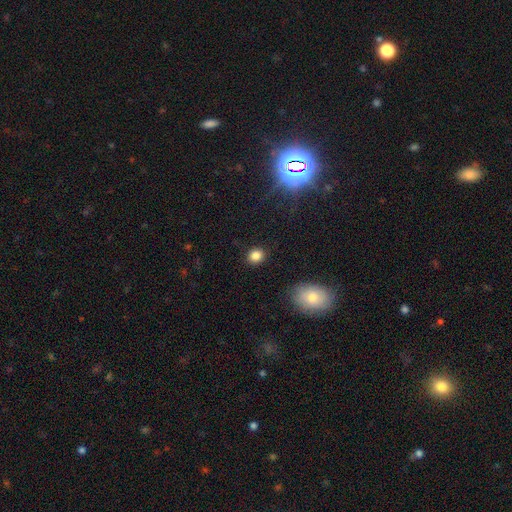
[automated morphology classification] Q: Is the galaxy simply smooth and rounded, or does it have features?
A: smooth — 84%.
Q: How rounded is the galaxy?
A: round — 73%.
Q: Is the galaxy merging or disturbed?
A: none — 89%.